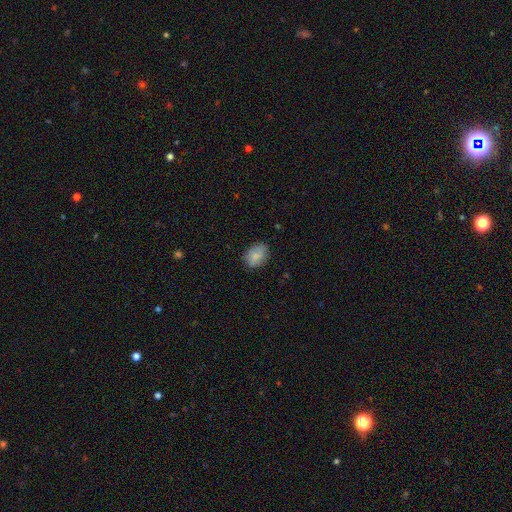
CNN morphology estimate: Overall: smooth (83%). How rounded: in between (73%). Merging: none (80%).